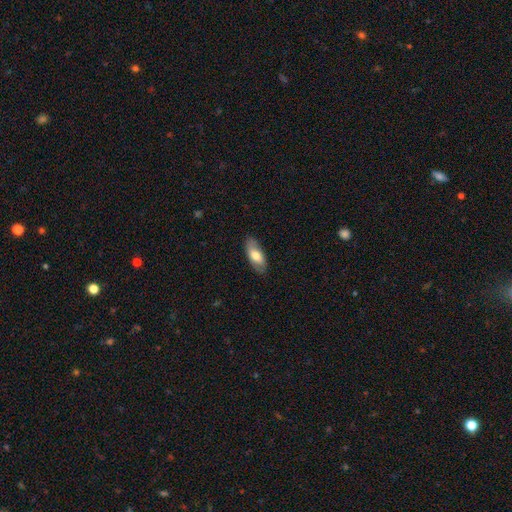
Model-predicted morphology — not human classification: A smooth galaxy with no disk features (68%) that is in between round and cigar-shaped (84%).

Vote fractions:
- Smooth or featured? smooth: 68% / featured or disk: 27% / star or artifact: 6%
- How rounded? in between: 84% / cigar-shaped: 13% / round: 3%
- Merging? none: 82% / minor disturbance: 14% / major disturbance: 3% / merger: 1%